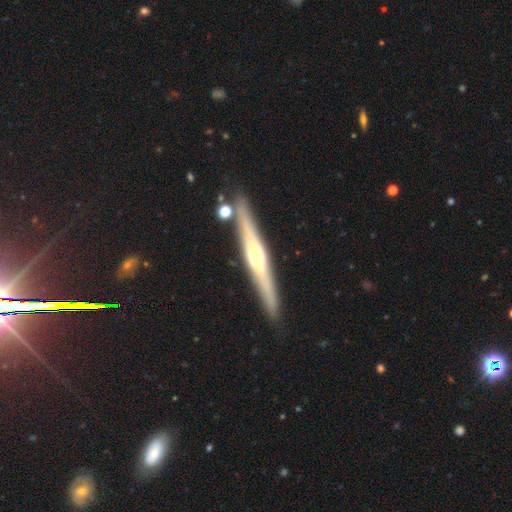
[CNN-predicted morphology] smooth-or-featured: featured or disk: 75% | smooth: 20% | star or artifact: 6%
  disk-edge-on: yes: 96% | no: 4%
    edge-on-bulge: rounded: 82% | boxy: 10% | none: 8%
  merging: none: 87% | minor disturbance: 8% | merger: 3% | major disturbance: 2%